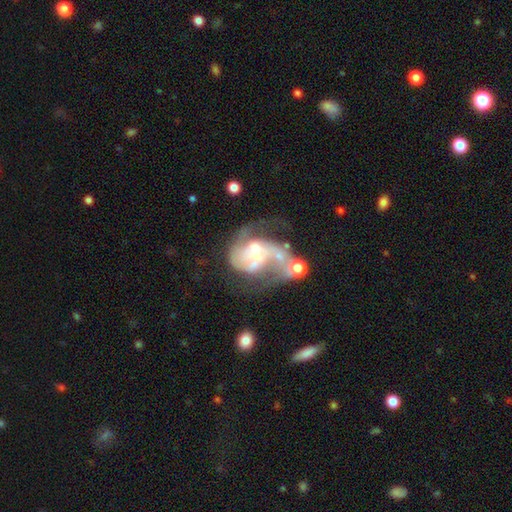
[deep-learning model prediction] The model was most divided on "bulge size" (2-way tie): moderate: 32%, small: 32%, none: 26%, large: 8%, dominant: 2%. Remaining: edge-on disk — no (98%); smooth or featured — featured or disk (74%); spiral arms — yes (73%); spiral arm count — 2 (61%); bar — no (59%); spiral winding — loose (52%); merging — merger (35%).